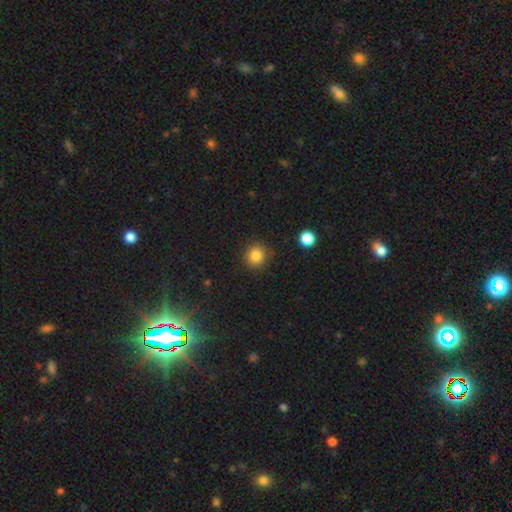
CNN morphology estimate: Smooth or featured: smooth — 84% (star or artifact — 11%)
How rounded: round — 91% (in between — 8%)
Merging: none — 89% (minor disturbance — 7%)